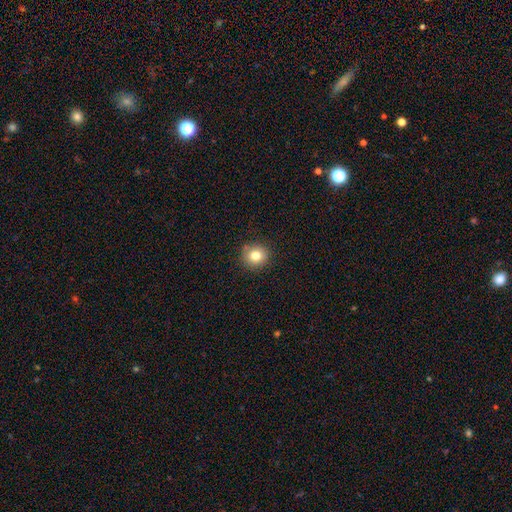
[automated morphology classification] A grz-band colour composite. It shows a smooth galaxy with no disk features (80%) that is round (88%). Merging: none (87%).